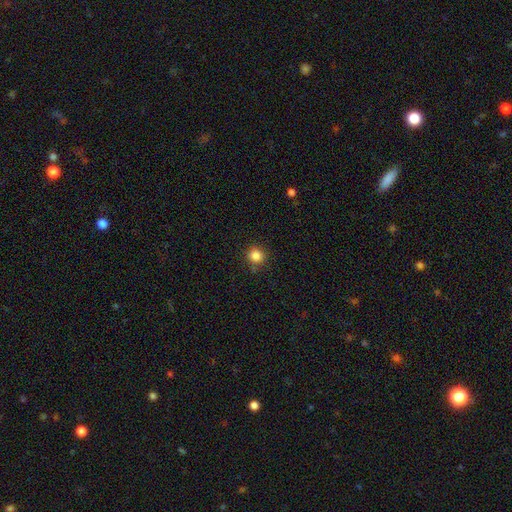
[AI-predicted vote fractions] smooth-or-featured: smooth: 85% | star or artifact: 12% | featured or disk: 4%
  how-rounded: round: 92% | in between: 7% | cigar-shaped: 1%
  merging: none: 87% | minor disturbance: 8% | major disturbance: 2% | merger: 2%